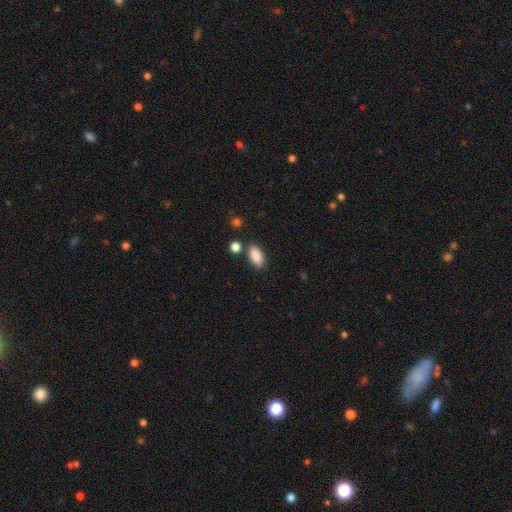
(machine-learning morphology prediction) A smooth galaxy with no disk features (89%) that is in between round and cigar-shaped (92%).

Vote fractions:
- Smooth or featured? smooth: 89% / star or artifact: 7% / featured or disk: 4%
- How rounded? in between: 92% / round: 4% / cigar-shaped: 4%
- Merging? none: 80% / minor disturbance: 11% / merger: 6% / major disturbance: 3%